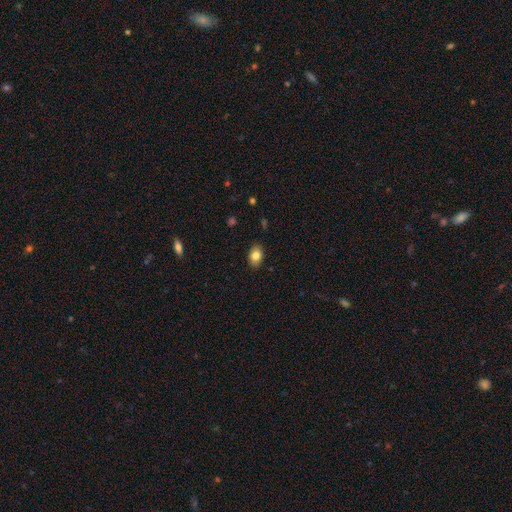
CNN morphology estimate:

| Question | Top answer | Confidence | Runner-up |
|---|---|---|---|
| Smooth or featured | smooth | 82% | featured or disk (9%) |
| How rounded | in between | 80% | round (19%) |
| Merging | none | 87% | minor disturbance (10%) |